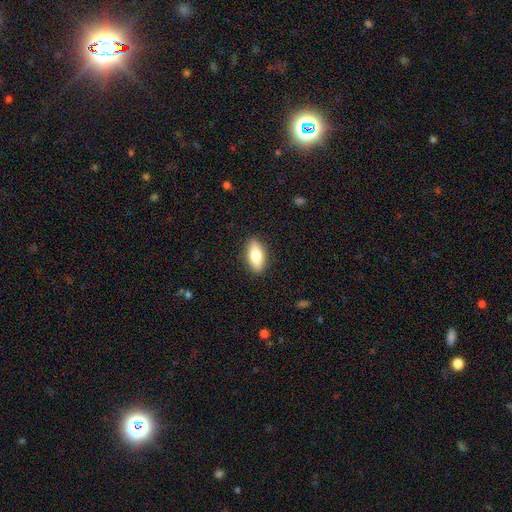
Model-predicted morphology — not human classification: Q: Smooth or featured?
A: smooth (75%); runner-up: featured or disk (19%)
Q: How rounded?
A: in between (82%); runner-up: cigar-shaped (15%)
Q: Merging?
A: none (89%); runner-up: minor disturbance (8%)